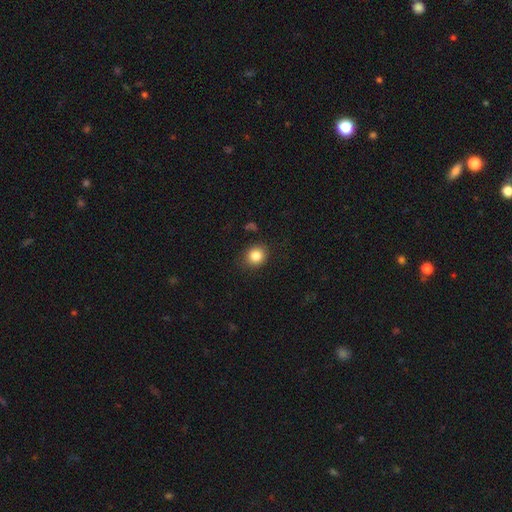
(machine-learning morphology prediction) A smooth galaxy with no disk features (83%) that is round (76%). Merging: none (86%).